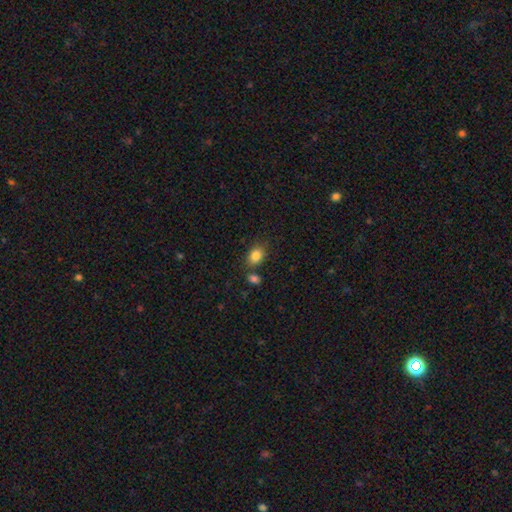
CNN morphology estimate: This appears to be a smooth galaxy with no disk features (84%) that is in between round and cigar-shaped (67%). Merging: none (72%).